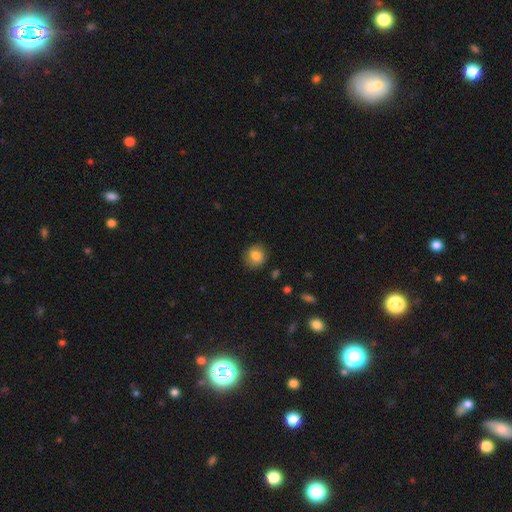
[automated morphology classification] smooth-or-featured: smooth: 83% | star or artifact: 9% | featured or disk: 8%
  how-rounded: round: 83% | in between: 16% | cigar-shaped: 1%
  merging: none: 85% | minor disturbance: 11% | major disturbance: 3% | merger: 1%